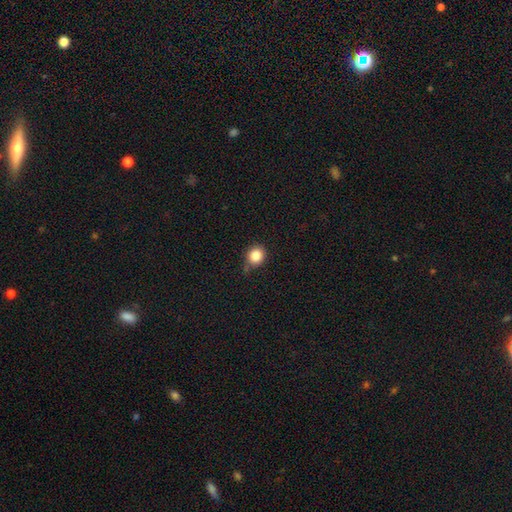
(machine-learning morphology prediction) Smooth or featured? Predicted: smooth (p=0.85). How rounded? Predicted: round (p=0.85). Merging? Predicted: none (p=0.68).